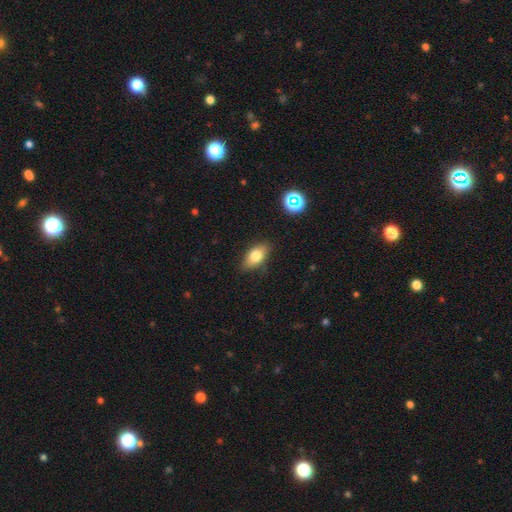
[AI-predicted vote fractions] Smooth or featured? Predicted: smooth (p=0.77). How rounded? Predicted: in between (p=0.87). Merging? Predicted: none (p=0.84).